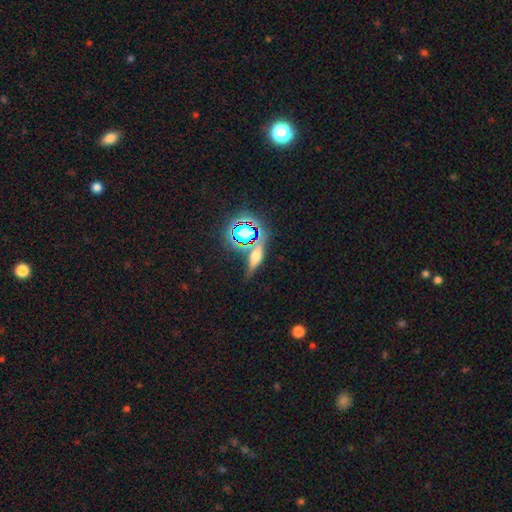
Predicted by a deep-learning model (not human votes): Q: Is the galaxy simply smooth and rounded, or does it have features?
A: featured or disk — 36%, tied with smooth.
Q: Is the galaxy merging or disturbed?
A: none — 69%.